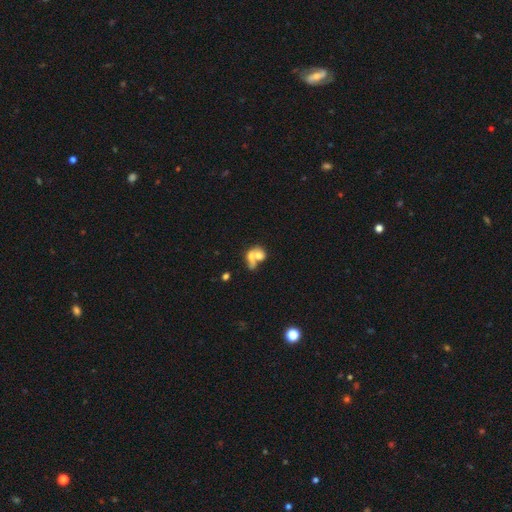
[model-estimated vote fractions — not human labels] Q: Smooth or featured?
A: smooth (64%); runner-up: featured or disk (27%)
Q: How rounded?
A: in between (51%); runner-up: round (46%)
Q: Merging?
A: merger (66%); runner-up: none (18%)